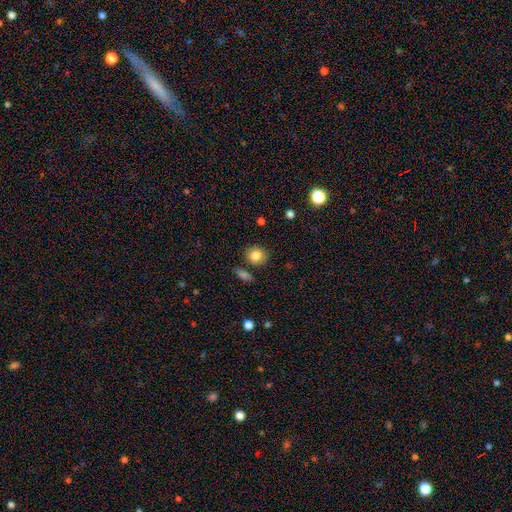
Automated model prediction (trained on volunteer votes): Morphology: type=smooth (83%); roundness=round (80%); merging=none (82%).